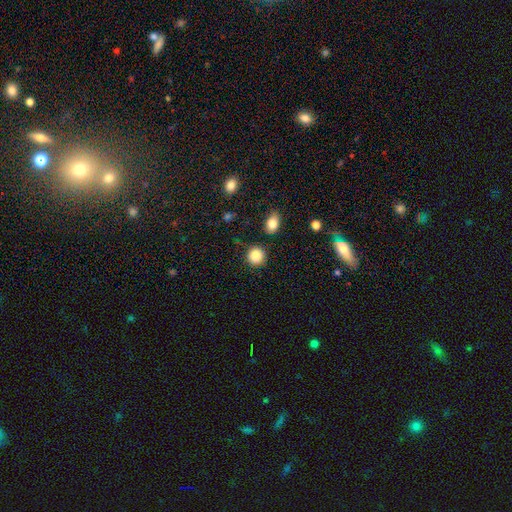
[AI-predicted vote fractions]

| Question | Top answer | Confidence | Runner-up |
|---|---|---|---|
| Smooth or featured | smooth | 86% | star or artifact (9%) |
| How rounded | round | 90% | in between (9%) |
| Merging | none | 87% | minor disturbance (8%) |